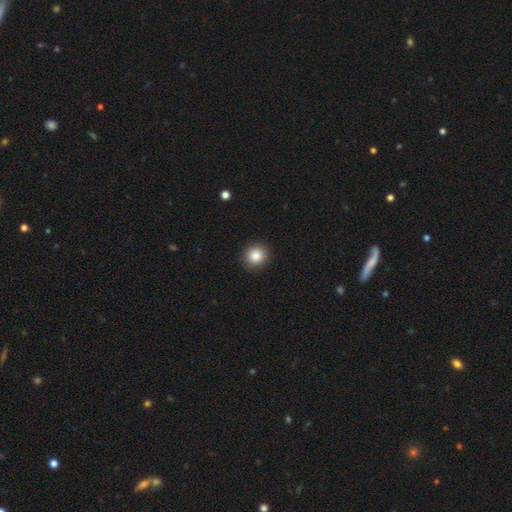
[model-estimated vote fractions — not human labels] Smooth or featured?
  - smooth: 86% *
  - star or artifact: 9%
  - featured or disk: 5%
How rounded?
  - round: 87% *
  - in between: 12%
  - cigar-shaped: 1%
Merging?
  - none: 91% *
  - minor disturbance: 6%
  - major disturbance: 2%
  - merger: 1%